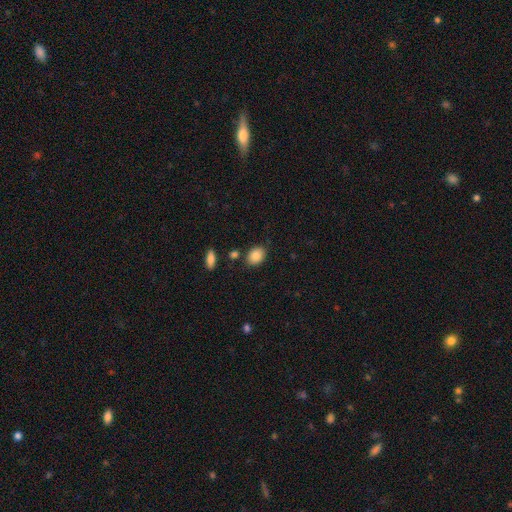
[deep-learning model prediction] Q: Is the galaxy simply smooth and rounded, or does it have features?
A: smooth — 86%.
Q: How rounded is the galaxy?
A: in between — 71%.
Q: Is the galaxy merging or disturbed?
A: none — 80%.